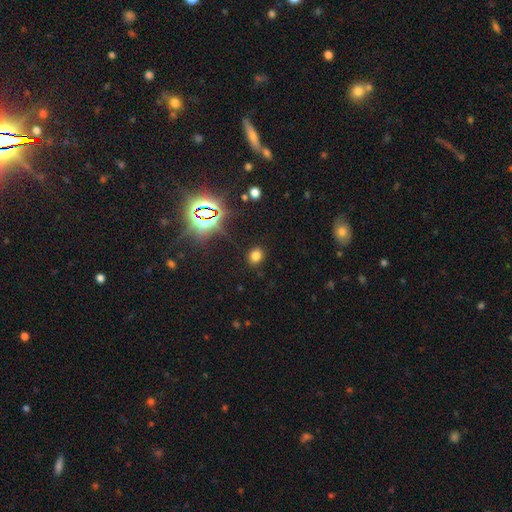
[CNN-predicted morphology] This is likely a smooth galaxy (72%). How rounded: likely round (61%). Merging: clearly none (87%).